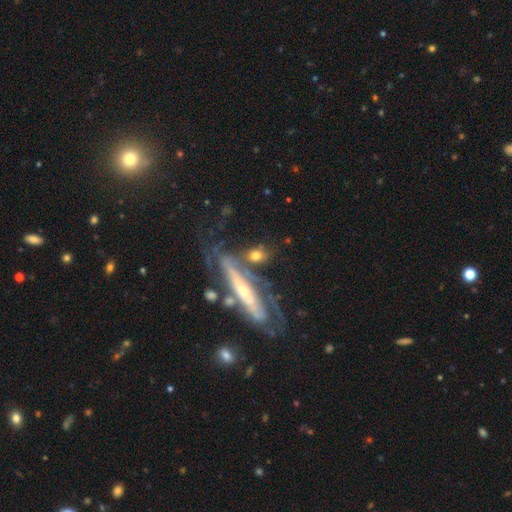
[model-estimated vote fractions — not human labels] Morphology: type=smooth (50%); roundness=in between (43%); merging=none (56%).